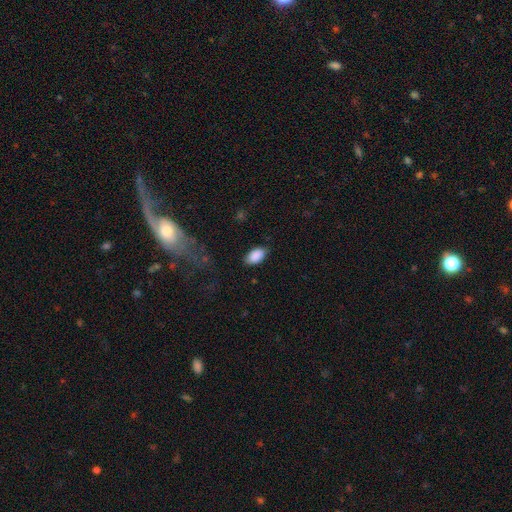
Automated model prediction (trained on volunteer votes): Q: Smooth or featured?
A: smooth (89%); runner-up: star or artifact (7%)
Q: How rounded?
A: in between (94%); runner-up: round (4%)
Q: Merging?
A: none (83%); runner-up: minor disturbance (13%)